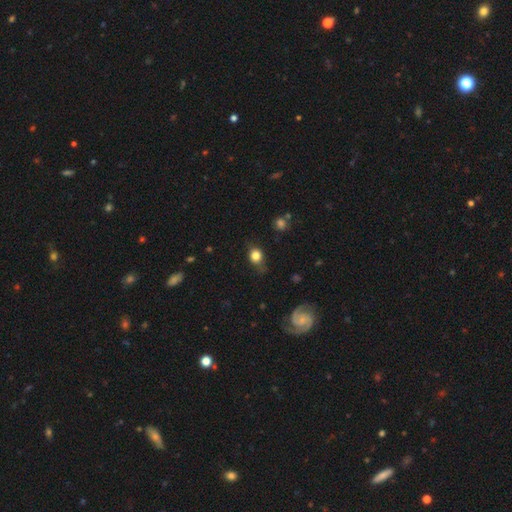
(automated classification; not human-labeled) This is likely a smooth galaxy (78%). How rounded: likely round (64%). Merging: likely none (64%).